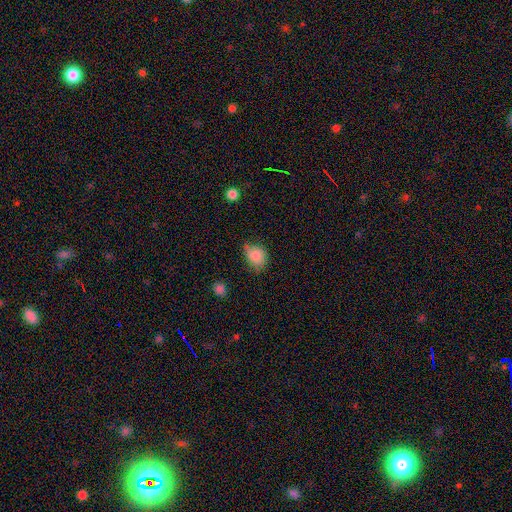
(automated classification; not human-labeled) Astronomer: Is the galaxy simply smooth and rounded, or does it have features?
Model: smooth — 84%.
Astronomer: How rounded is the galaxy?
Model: in between — 53% (runner-up: round, 46%).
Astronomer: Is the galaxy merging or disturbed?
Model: none — 49% (runner-up: minor disturbance, 39%).